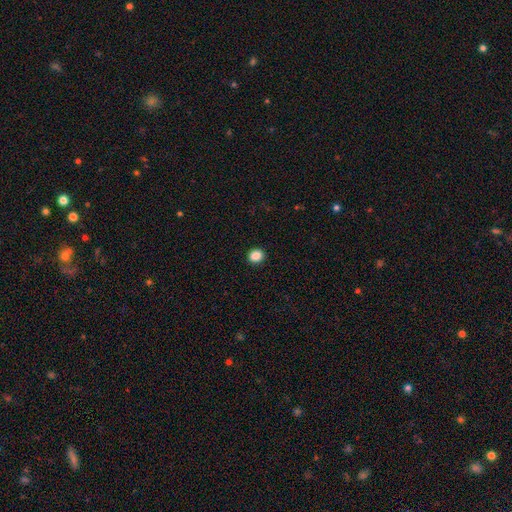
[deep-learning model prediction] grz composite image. It shows a smooth galaxy with no disk features (88%) that is round (75%). Merging: none (93%).